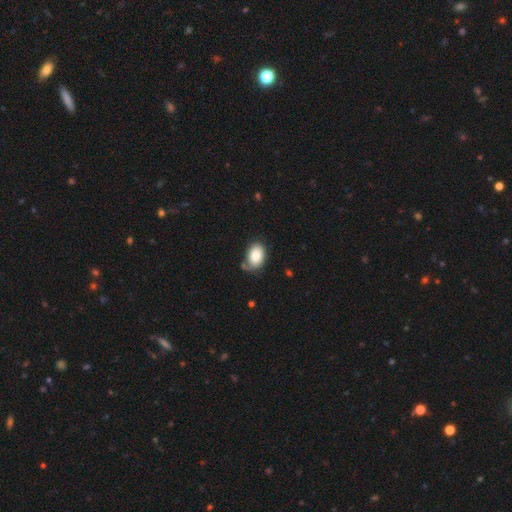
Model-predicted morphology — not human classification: A smooth galaxy with no disk features (85%) that is in between round and cigar-shaped (87%).

Vote fractions:
- Smooth or featured? smooth: 85% / featured or disk: 8% / star or artifact: 7%
- How rounded? in between: 87% / round: 12% / cigar-shaped: 1%
- Merging? none: 64% / minor disturbance: 23% / major disturbance: 7% / merger: 6%